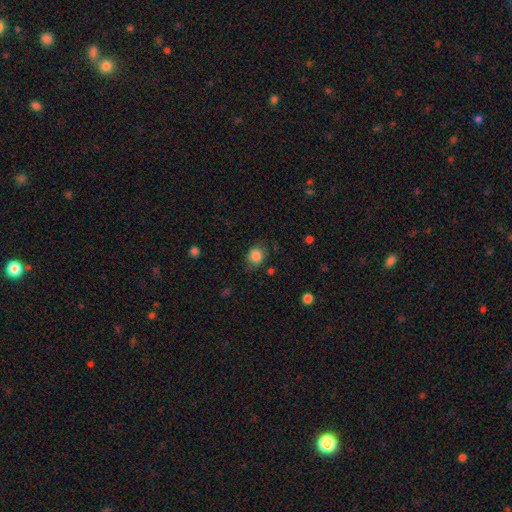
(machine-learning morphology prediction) Smooth or featured?
  - smooth: 85% *
  - star or artifact: 10%
  - featured or disk: 6%
How rounded?
  - round: 75% *
  - in between: 24%
  - cigar-shaped: 1%
Merging?
  - none: 73% *
  - minor disturbance: 19%
  - major disturbance: 6%
  - merger: 2%